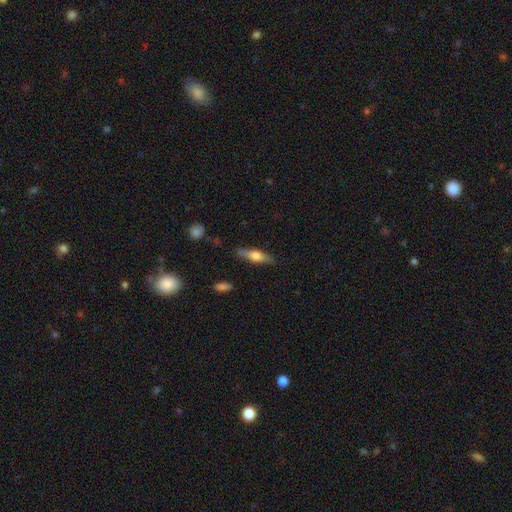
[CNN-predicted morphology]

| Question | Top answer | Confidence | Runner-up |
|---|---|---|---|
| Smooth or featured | smooth | 53% | featured or disk (41%) |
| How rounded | cigar-shaped | 63% | in between (34%) |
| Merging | none | 84% | minor disturbance (12%) |